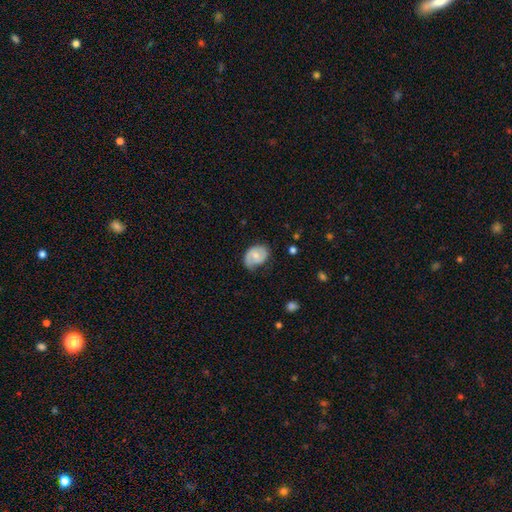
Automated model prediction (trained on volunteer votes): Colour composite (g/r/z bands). It shows a featured or disk galaxy (48%). Merging: none (56%).